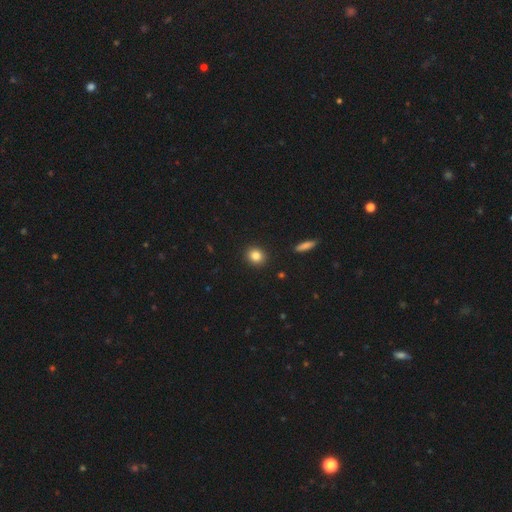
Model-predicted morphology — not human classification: type=smooth (84%); roundness=round (76%); merging=none (92%).